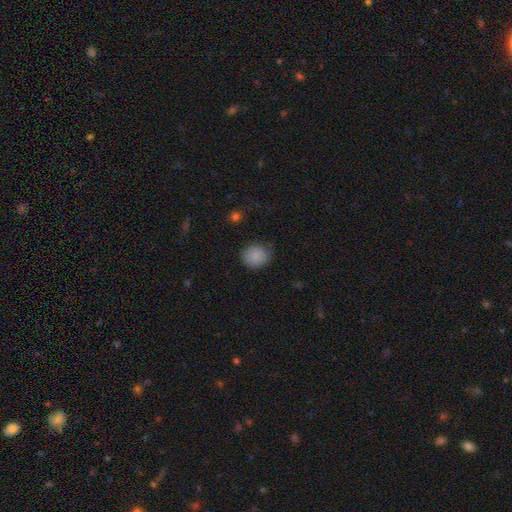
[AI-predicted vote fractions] smooth 86%, star or artifact 9%, featured or disk 6%. Down the decision tree: how rounded — round (78%); merging — none (77%).